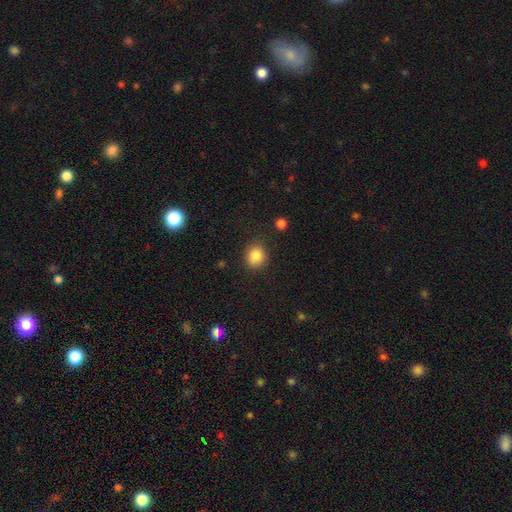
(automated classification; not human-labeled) This appears to be a smooth galaxy with no disk features (84%) that is round (76%). Merging: none (86%).